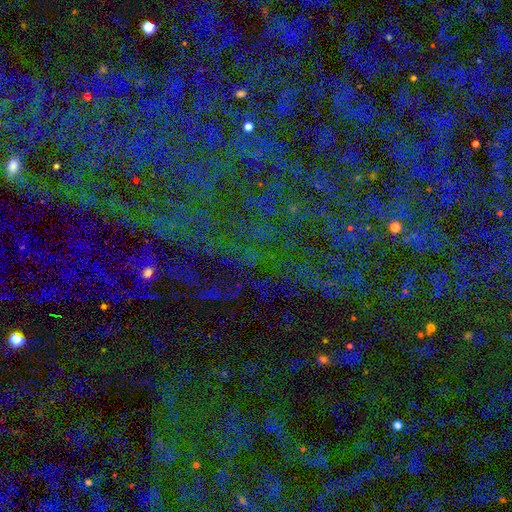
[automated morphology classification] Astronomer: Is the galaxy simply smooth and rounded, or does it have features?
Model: star or artifact — 78%.